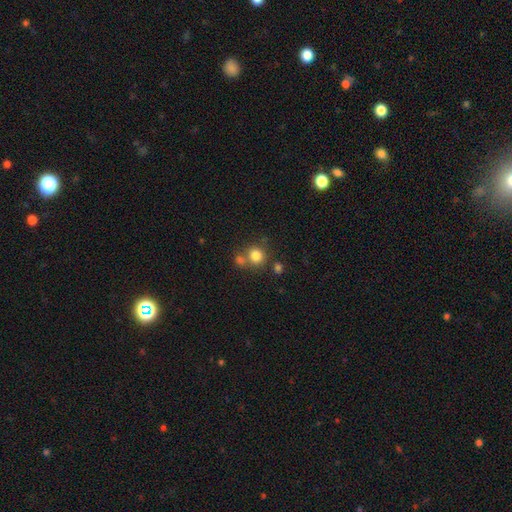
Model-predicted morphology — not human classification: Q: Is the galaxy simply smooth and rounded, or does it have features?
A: smooth — 80%.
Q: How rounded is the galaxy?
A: round — 88%.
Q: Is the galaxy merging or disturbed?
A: none — 60%.